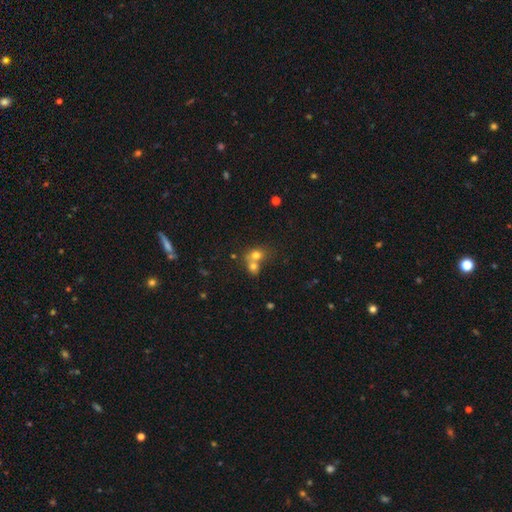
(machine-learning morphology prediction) Smooth or featured? Predicted: smooth (p=0.71). How rounded? Predicted: round (p=0.64). Merging? Predicted: merger (p=0.63).